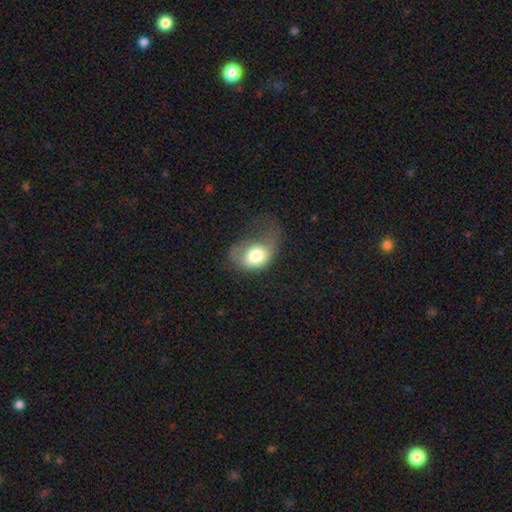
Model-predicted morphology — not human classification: smooth_or_featured: smooth (p=0.70) [alt: featured or disk p=0.22]
how_rounded: in between (p=0.67) [alt: round p=0.31]
merging: major disturbance (p=0.53) [alt: minor disturbance p=0.26]